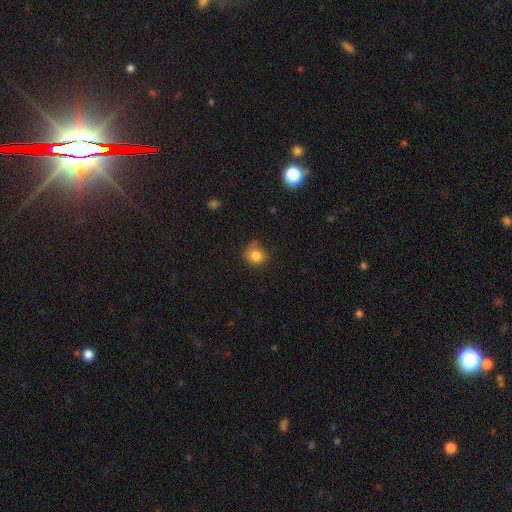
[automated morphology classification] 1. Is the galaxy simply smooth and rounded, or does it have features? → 82% smooth, 11% star or artifact, 7% featured or disk.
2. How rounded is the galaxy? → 79% round, 20% in between, 1% cigar-shaped.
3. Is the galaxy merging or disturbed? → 60% none, 28% minor disturbance, 8% major disturbance, 3% merger.